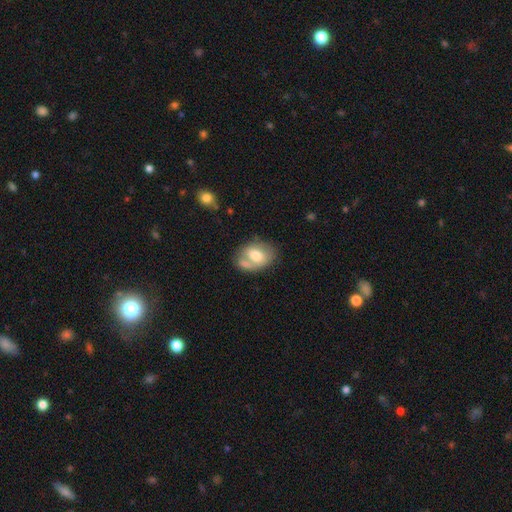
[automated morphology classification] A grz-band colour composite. It shows a smooth galaxy with no disk features (66%) that is in between round and cigar-shaped (73%). Merging: none (43%).